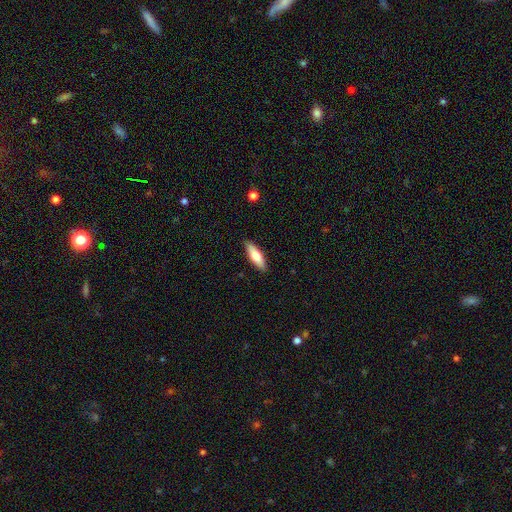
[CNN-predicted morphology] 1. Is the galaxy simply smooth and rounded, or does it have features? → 73% smooth, 22% featured or disk, 6% star or artifact.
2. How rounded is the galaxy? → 51% cigar-shaped, 47% in between, 2% round.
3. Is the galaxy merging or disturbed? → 87% none, 10% minor disturbance, 2% major disturbance, 1% merger.